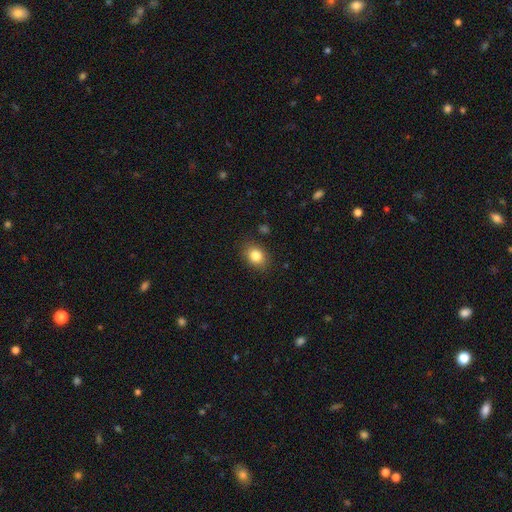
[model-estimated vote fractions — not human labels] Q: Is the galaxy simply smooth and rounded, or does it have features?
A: smooth — 84%.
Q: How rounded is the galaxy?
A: in between — 57%.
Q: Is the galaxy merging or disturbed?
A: none — 85%.